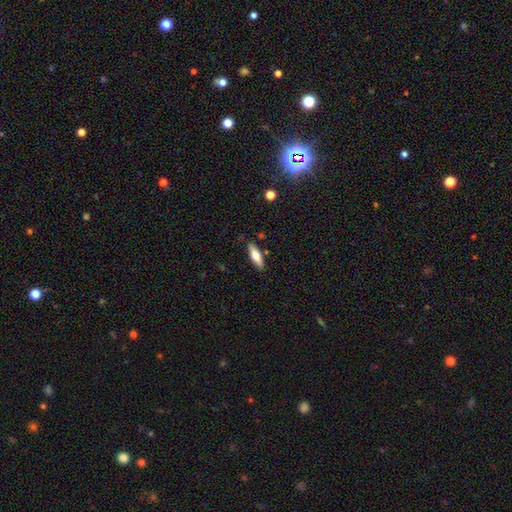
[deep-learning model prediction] This appears to be a smooth galaxy with no disk features (62%) that is cigar-shaped (54%). Merging: none (85%).